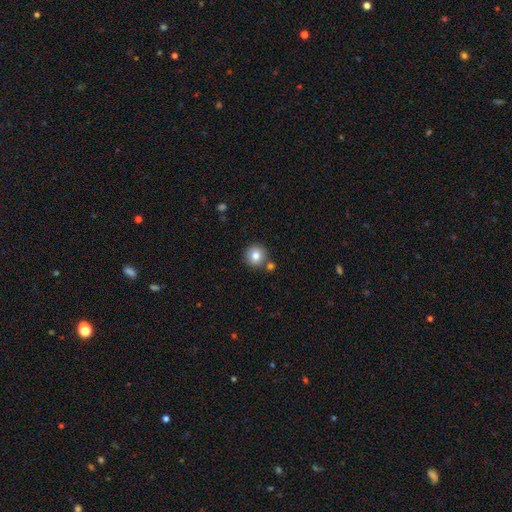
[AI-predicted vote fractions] smooth-or-featured: smooth: 82% | star or artifact: 10% | featured or disk: 8%
  how-rounded: round: 95% | in between: 5% | cigar-shaped: 1%
  merging: none: 80% | merger: 11% | minor disturbance: 7% | major disturbance: 2%